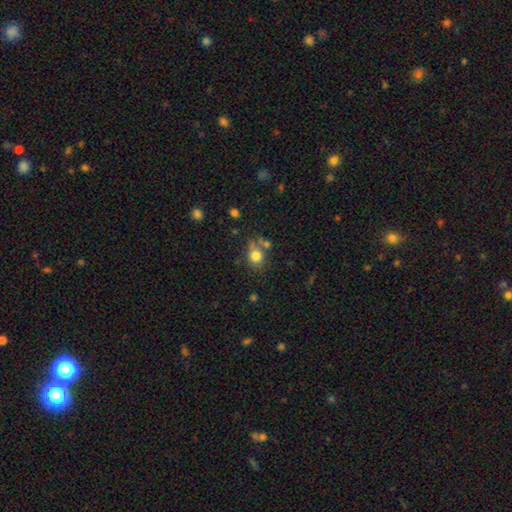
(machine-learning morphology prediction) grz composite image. It shows a smooth galaxy with no disk features (78%) that is round (68%). Merging: none (55%).